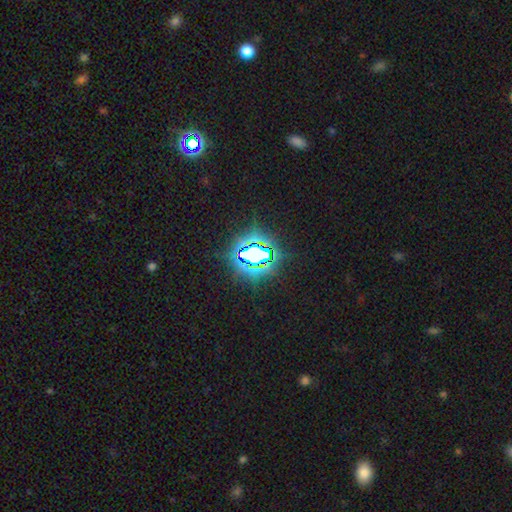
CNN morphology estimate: star or artifact 77%, smooth 13%, featured or disk 10%.